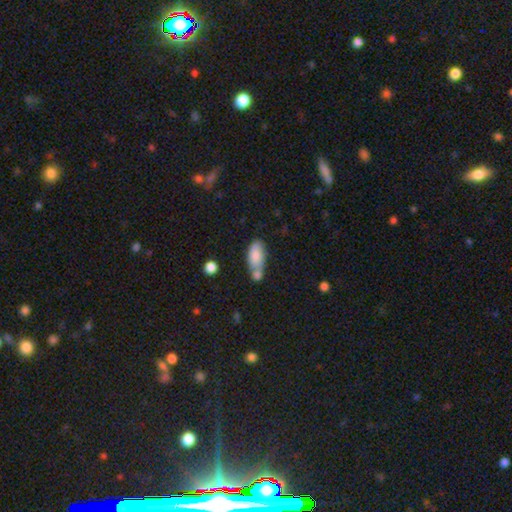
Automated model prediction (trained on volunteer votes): The model was most divided on "merging": merger: 42%, none: 35%, minor disturbance: 17%, major disturbance: 6%. More confident: how rounded — in between (85%); smooth or featured — smooth (81%).